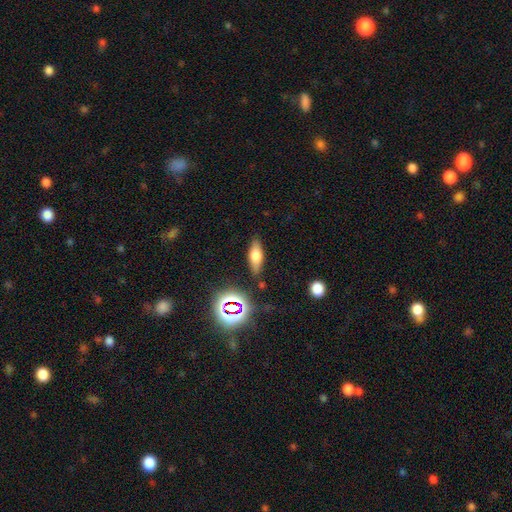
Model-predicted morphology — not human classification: type=smooth (63%); roundness=in between (64%); merging=none (82%).